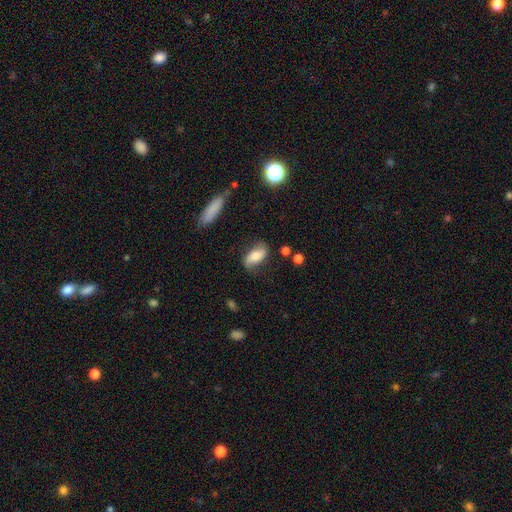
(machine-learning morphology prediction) This is possibly a smooth galaxy (56%). How rounded: clearly in between (89%). Merging: likely none (70%).